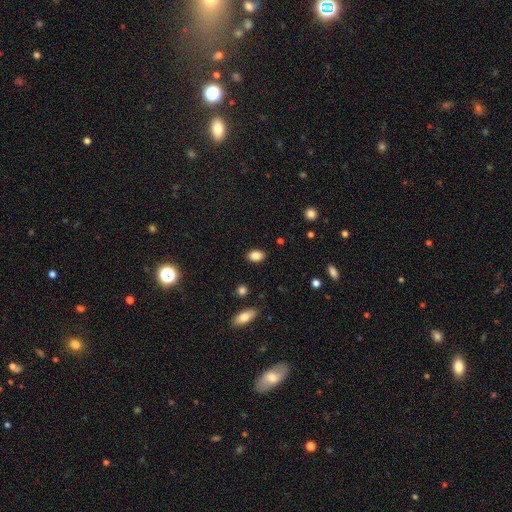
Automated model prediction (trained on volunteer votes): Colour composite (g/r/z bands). It shows a smooth galaxy with no disk features (86%) that is in between round and cigar-shaped (86%). Merging: none (88%).